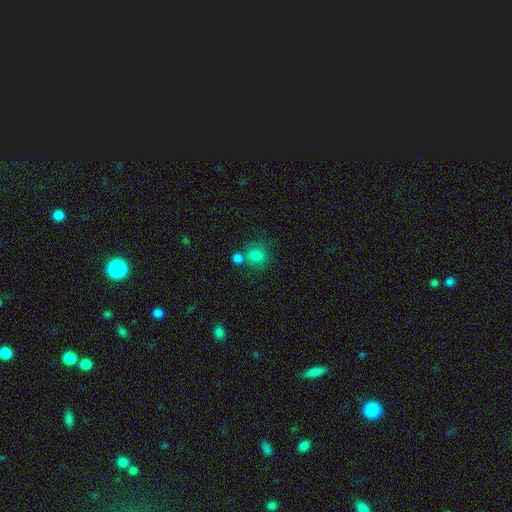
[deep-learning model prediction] Overall: smooth (80%). How rounded: round (78%). Merging: none (57%; merger 26%).